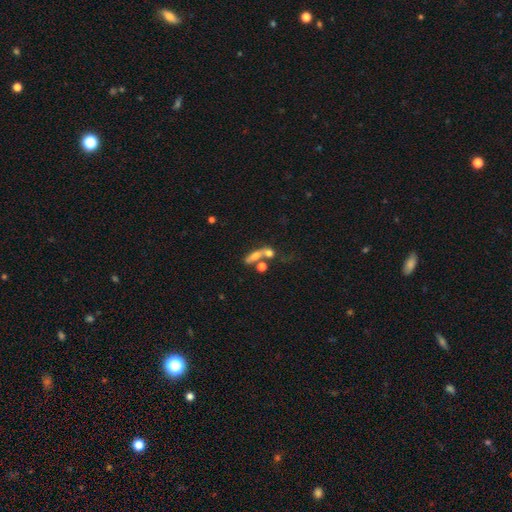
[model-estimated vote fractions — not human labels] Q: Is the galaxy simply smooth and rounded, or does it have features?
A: smooth — 55%.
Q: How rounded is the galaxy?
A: cigar-shaped — 43%, tied with in between.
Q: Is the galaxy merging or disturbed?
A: merger — 41%.